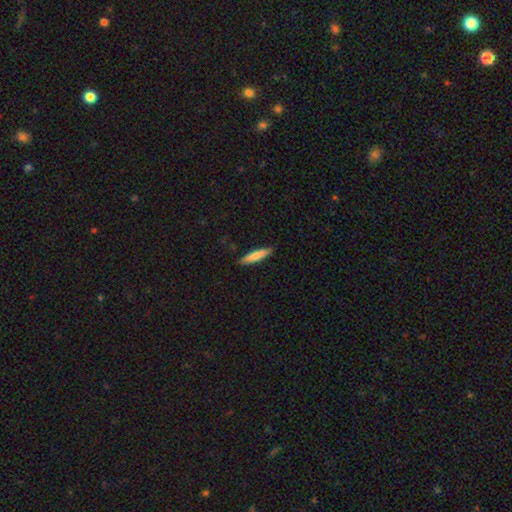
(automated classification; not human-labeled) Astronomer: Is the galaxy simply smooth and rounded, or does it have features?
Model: smooth — 81%.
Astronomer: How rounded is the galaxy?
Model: cigar-shaped — 84%.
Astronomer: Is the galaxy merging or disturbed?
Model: none — 89%.